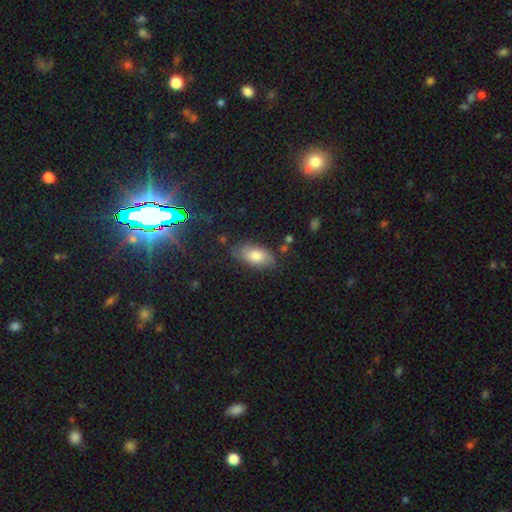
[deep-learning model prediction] Morphology: type=smooth (75%); roundness=in between (92%); merging=none (73%).